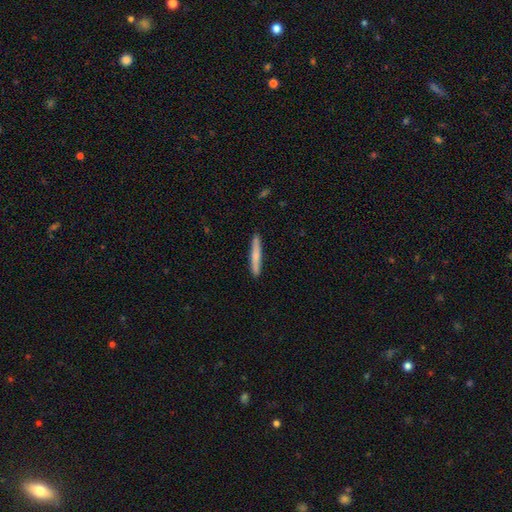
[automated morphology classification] Smooth or featured: smooth — 67% (featured or disk — 28%)
How rounded: cigar-shaped — 95% (in between — 4%)
Merging: none — 90% (minor disturbance — 7%)